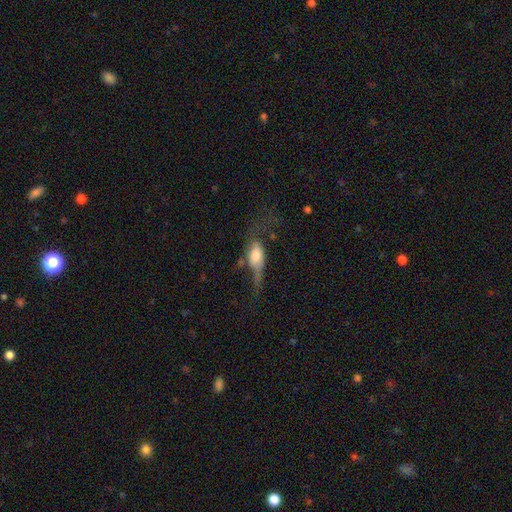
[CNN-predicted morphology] Smooth or featured: smooth — 50% (featured or disk — 43%)
Merging: major disturbance — 46% (none — 25%)